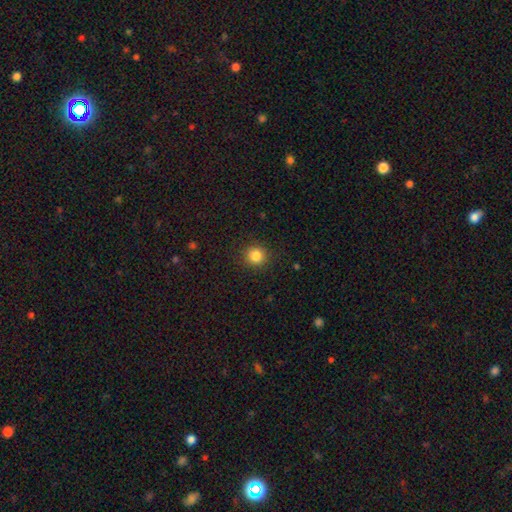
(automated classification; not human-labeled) Smooth or featured?
  - smooth: 84% *
  - star or artifact: 11%
  - featured or disk: 4%
How rounded?
  - round: 93% *
  - in between: 7%
  - cigar-shaped: 1%
Merging?
  - none: 91% *
  - minor disturbance: 6%
  - major disturbance: 2%
  - merger: 1%